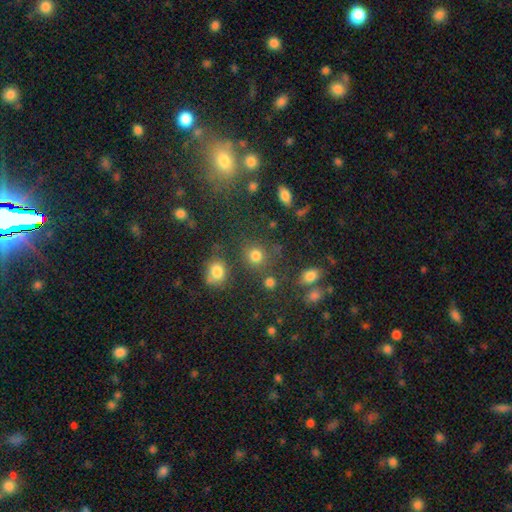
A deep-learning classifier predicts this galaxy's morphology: smooth_or_featured: smooth (p=0.76) [alt: star or artifact p=0.17]
how_rounded: round (p=0.84) [alt: in between p=0.15]
merging: none (p=0.72) [alt: merger p=0.11]